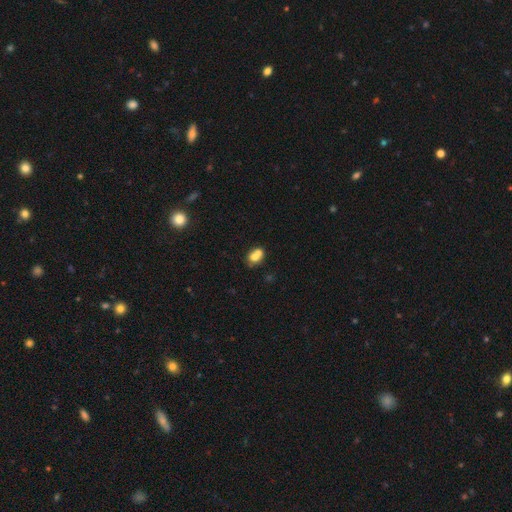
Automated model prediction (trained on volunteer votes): This appears to be a smooth galaxy with no disk features (70%) that is in between round and cigar-shaped (50%). Merging: merger (59%).